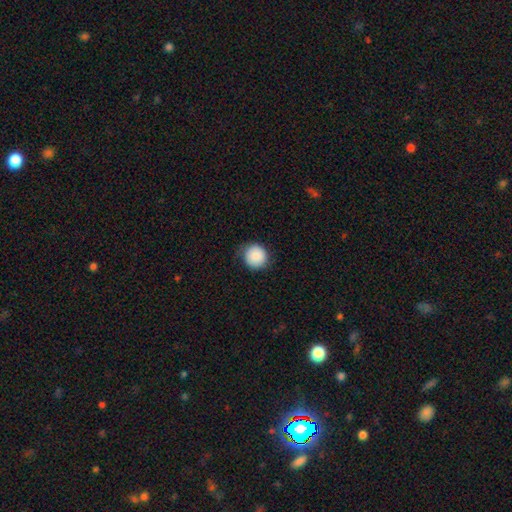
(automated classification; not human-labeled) Smooth or featured?
  - smooth: 87% *
  - star or artifact: 7%
  - featured or disk: 5%
How rounded?
  - round: 93% *
  - in between: 6%
  - cigar-shaped: 1%
Merging?
  - none: 79% *
  - minor disturbance: 16%
  - major disturbance: 4%
  - merger: 1%